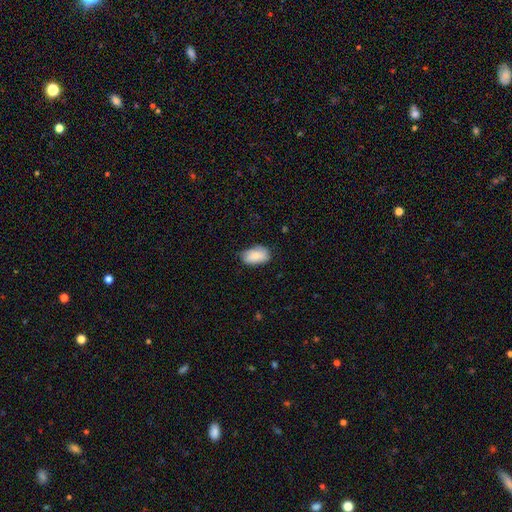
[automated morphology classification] type=smooth (84%); roundness=in between (93%); merging=none (65%).